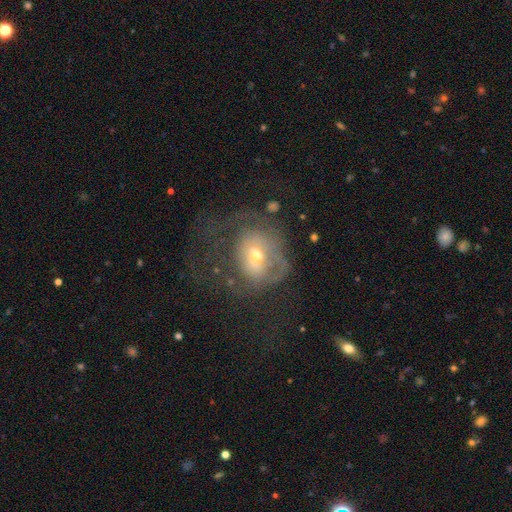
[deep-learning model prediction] Morphology: type=featured or disk (56%); edge-on=no (96%); bar=no (64%); spiral arms=no (52%); bulge=moderate (53%); merging=major disturbance (50%).